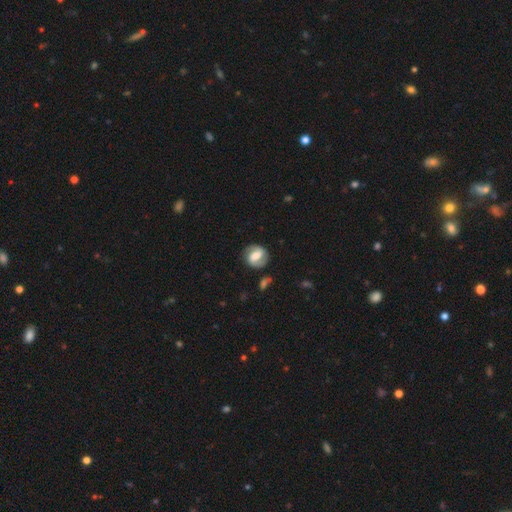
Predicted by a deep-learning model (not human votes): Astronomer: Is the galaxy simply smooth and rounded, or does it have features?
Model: featured or disk — 72%.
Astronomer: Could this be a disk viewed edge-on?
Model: no — 97%.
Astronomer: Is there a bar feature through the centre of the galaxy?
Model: weak — 45% (runner-up: strong, 35%).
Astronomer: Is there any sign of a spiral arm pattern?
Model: yes — 90%.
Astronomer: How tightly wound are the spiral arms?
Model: medium — 46% (runner-up: tight, 30%).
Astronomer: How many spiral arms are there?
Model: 2 — 90%.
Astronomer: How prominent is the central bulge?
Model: moderate — 59%.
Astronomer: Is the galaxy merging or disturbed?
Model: none — 83%.